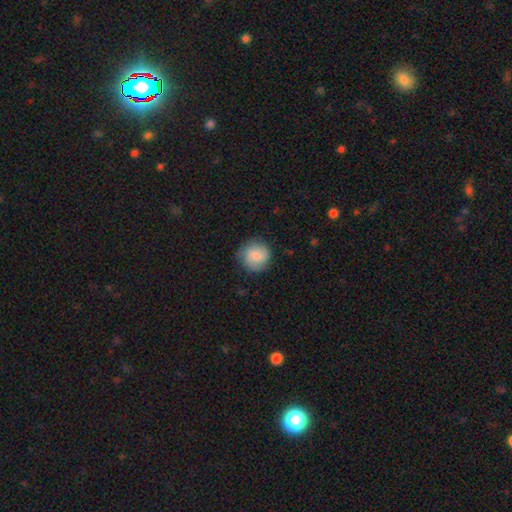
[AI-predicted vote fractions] A smooth galaxy with no disk features (71%) that is round (92%). Merging: none (80%).